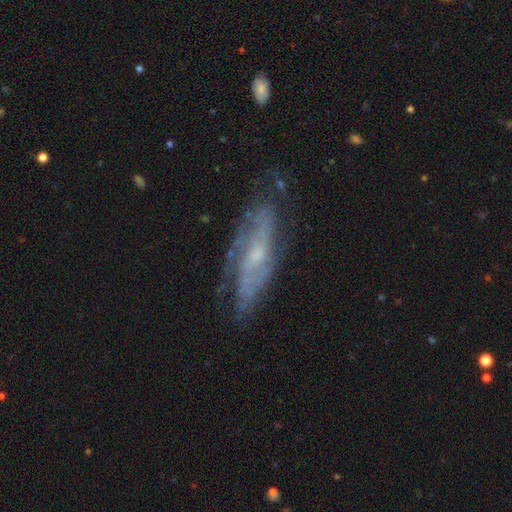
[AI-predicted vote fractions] Smooth or featured?
  - featured or disk: 75% *
  - smooth: 18%
  - star or artifact: 7%
Edge-on disk?
  - no: 77% *
  - yes: 23%
Bar?
  - no: 53% *
  - weak: 38%
  - strong: 9%
Spiral arms?
  - yes: 84% *
  - no: 16%
Bulge size?
  - small: 58% *
  - moderate: 30%
  - none: 9%
  - large: 2%
  - dominant: 1%
Merging?
  - none: 67% *
  - minor disturbance: 22%
  - major disturbance: 9%
  - merger: 2%